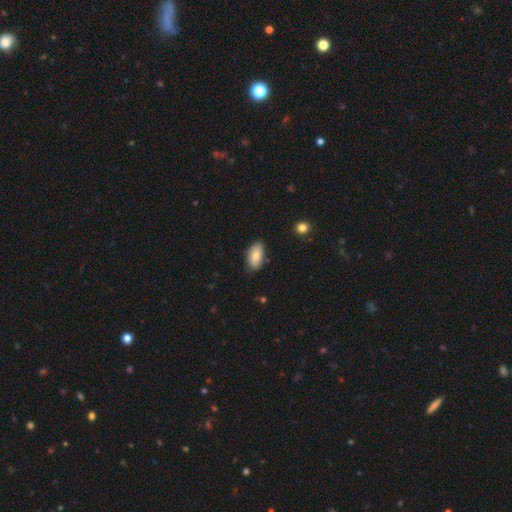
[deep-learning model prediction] smooth 81%, featured or disk 12%, star or artifact 7%. Down the decision tree: how rounded — in between (93%); merging — none (76%).